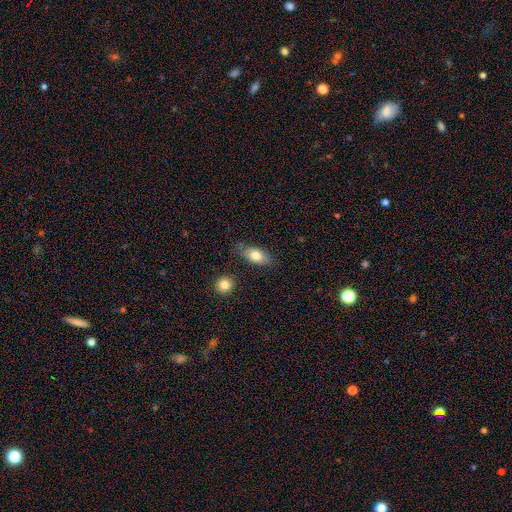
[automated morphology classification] Smooth or featured? smooth (75%)
How rounded? in between (89%)
Merging? none (73%)